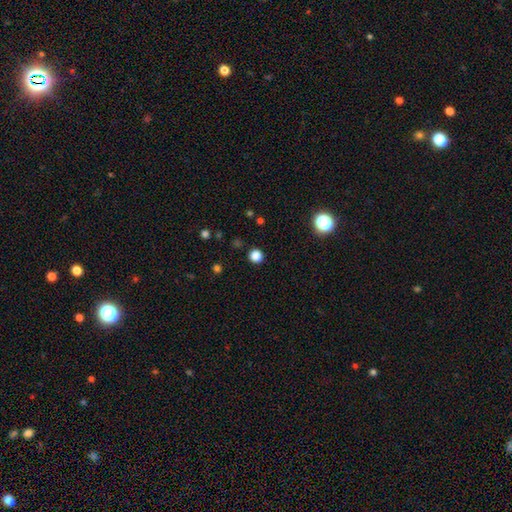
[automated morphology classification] A smooth galaxy with no disk features (82%) that is round (94%). Merging: none (92%).